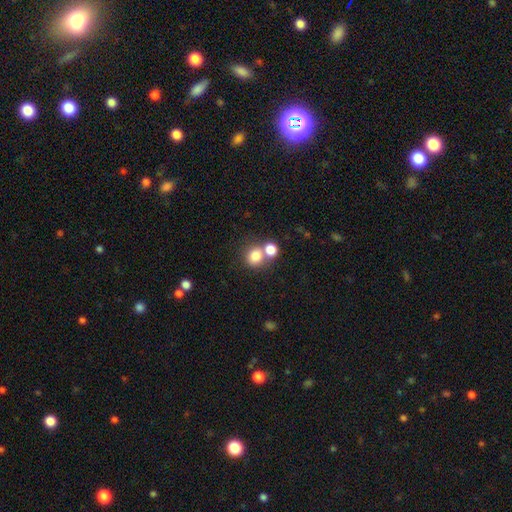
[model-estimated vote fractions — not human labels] The model was most divided on "merging": none: 51%, merger: 37%, minor disturbance: 8%, major disturbance: 4%. More confident: how rounded — round (82%); smooth or featured — smooth (79%).